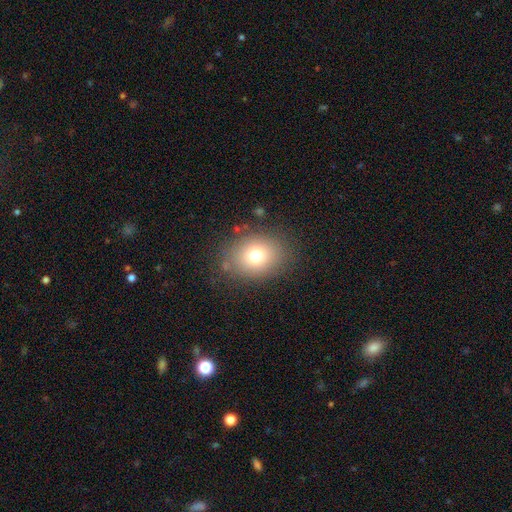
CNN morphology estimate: smooth 74%, star or artifact 13%, featured or disk 13%. Down the decision tree: how rounded — round (50%); merging — none (82%).